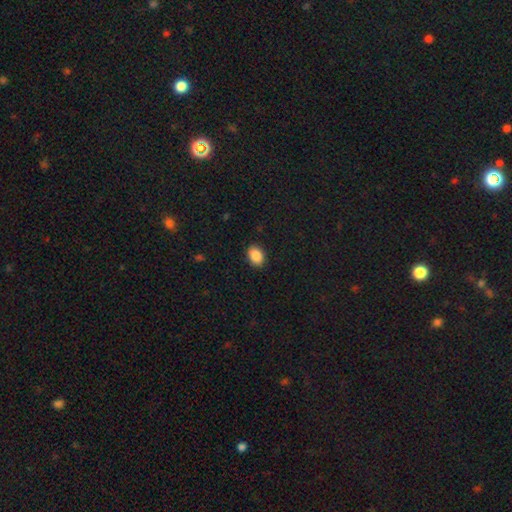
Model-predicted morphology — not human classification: This appears to be a smooth galaxy with no disk features (88%) that is in between round and cigar-shaped (73%). Merging: none (89%).